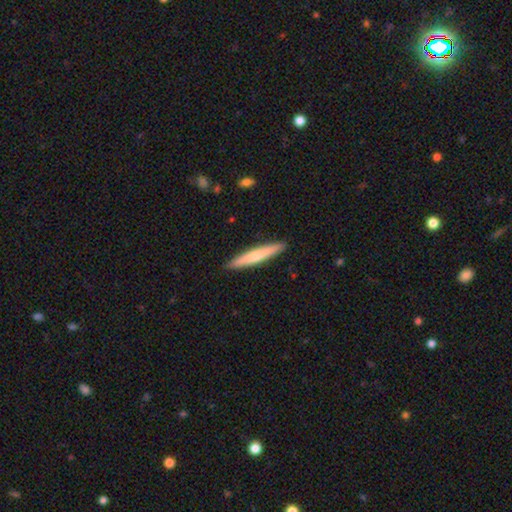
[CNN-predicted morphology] Smooth or featured? Predicted: smooth (p=0.64). How rounded? Predicted: cigar-shaped (p=0.95). Merging? Predicted: none (p=0.91).